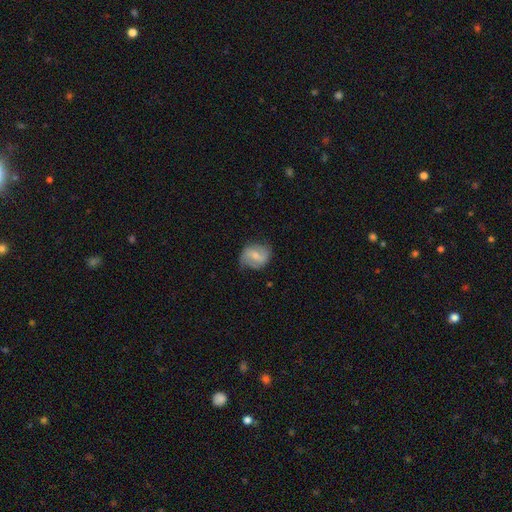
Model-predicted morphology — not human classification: Smooth or featured: featured or disk — 57% (smooth — 37%)
Edge-on disk: no — 97% (yes — 3%)
Bar: weak — 50% (no — 27%)
Spiral arms: yes — 84% (no — 16%)
Bulge size: small — 47% (moderate — 45%)
Merging: none — 67% (minor disturbance — 24%)